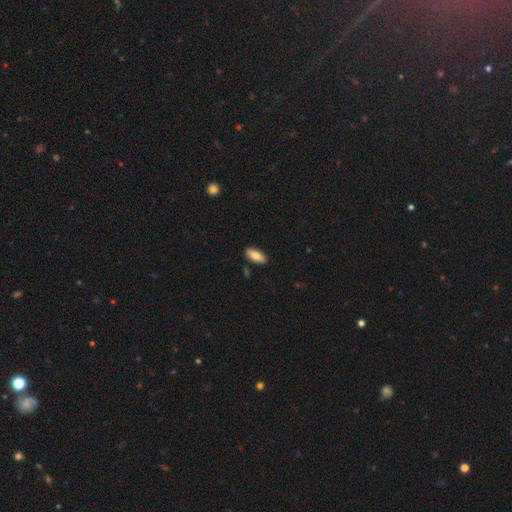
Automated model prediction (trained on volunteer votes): Smooth or featured? smooth (77%)
How rounded? in between (82%)
Merging? none (89%)